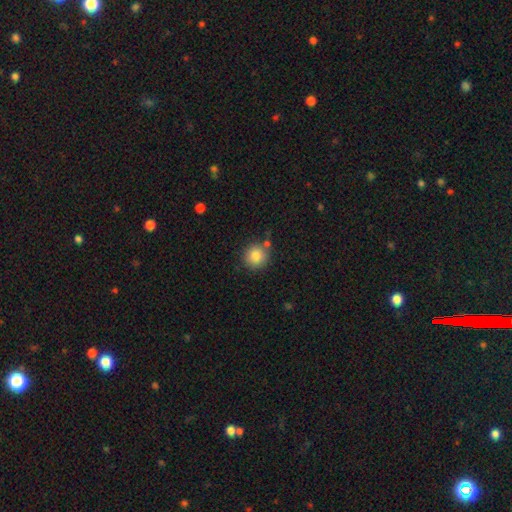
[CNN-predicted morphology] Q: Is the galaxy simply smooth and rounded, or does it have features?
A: smooth — 84%.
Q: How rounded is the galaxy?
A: round — 94%.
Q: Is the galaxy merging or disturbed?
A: none — 77%.